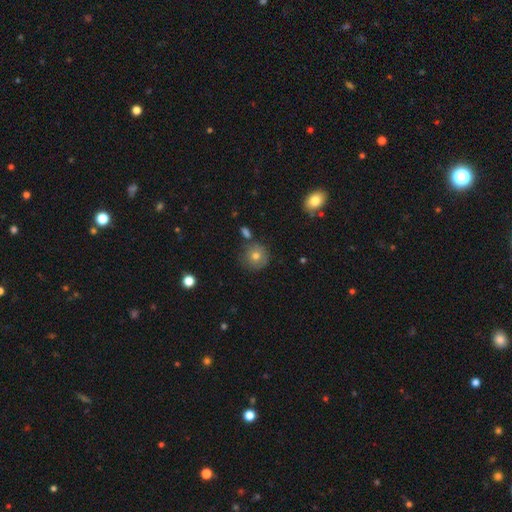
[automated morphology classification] Smooth or featured? smooth (73%)
How rounded? round (93%)
Merging? none (77%)